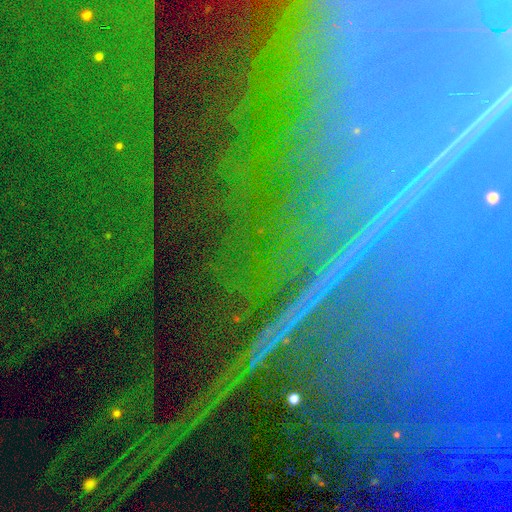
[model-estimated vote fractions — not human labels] A star or artifact, not a galaxy (85%).

Vote fractions:
- Smooth or featured? star or artifact: 85% / featured or disk: 9% / smooth: 6%